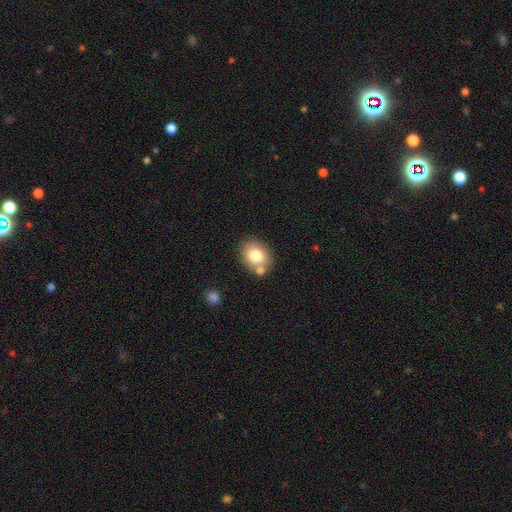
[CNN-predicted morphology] Smooth or featured? smooth (77%)
How rounded? in between (60%)
Merging? none (68%)